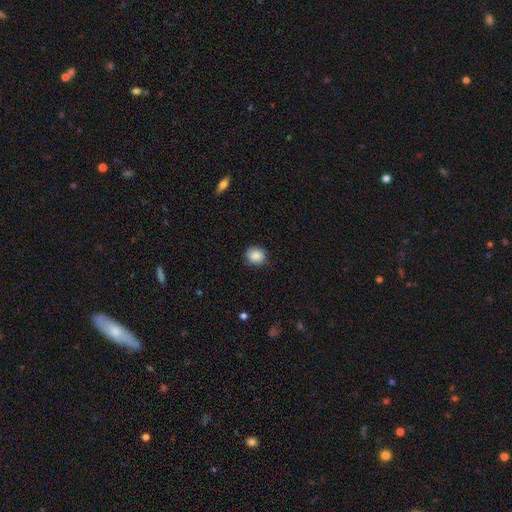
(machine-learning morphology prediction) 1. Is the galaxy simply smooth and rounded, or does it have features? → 88% smooth, 8% star or artifact, 4% featured or disk.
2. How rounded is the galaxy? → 77% round, 23% in between, 1% cigar-shaped.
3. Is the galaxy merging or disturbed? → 85% none, 12% minor disturbance, 2% major disturbance, 1% merger.